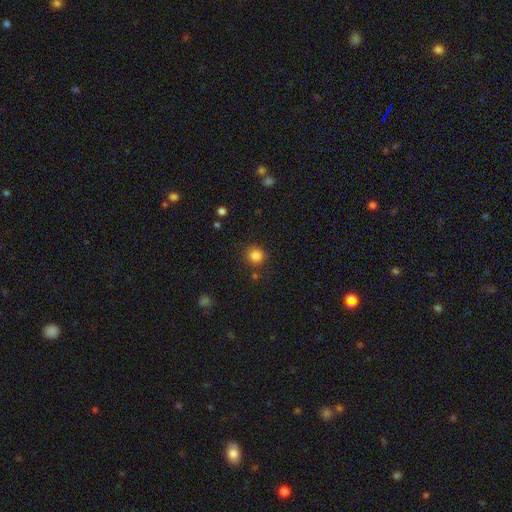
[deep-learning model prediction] smooth_or_featured: smooth (p=0.84) [alt: star or artifact p=0.12]
how_rounded: round (p=0.89) [alt: in between p=0.10]
merging: none (p=0.84) [alt: minor disturbance p=0.09]